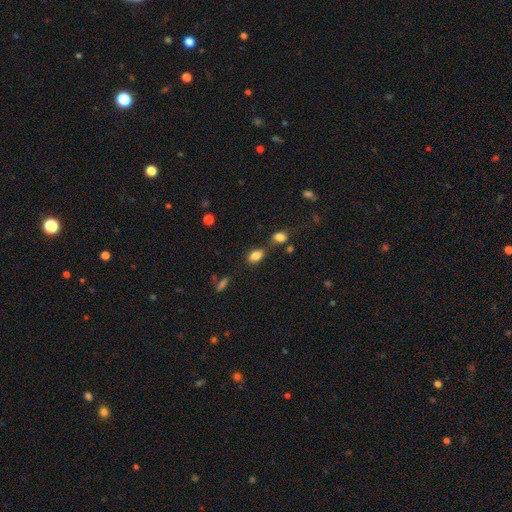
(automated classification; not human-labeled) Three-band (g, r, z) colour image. It shows a smooth galaxy with no disk features (84%) that is in between round and cigar-shaped (86%). Merging: none (68%).